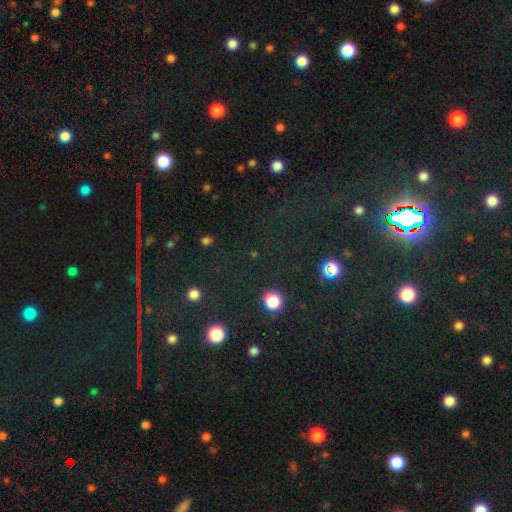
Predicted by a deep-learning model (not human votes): This is likely a star or artifact rather than a galaxy (75%).